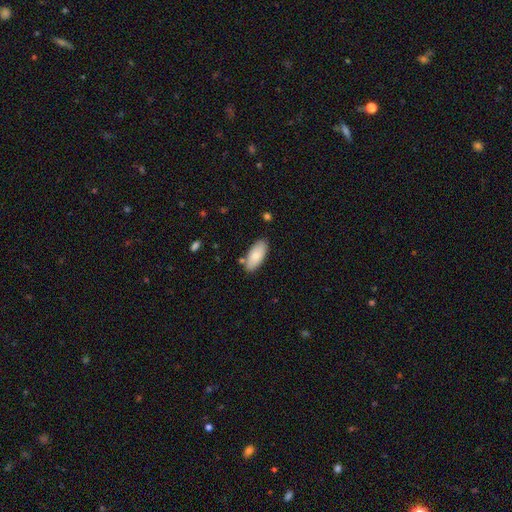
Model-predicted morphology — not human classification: Smooth or featured? smooth (83%)
How rounded? in between (89%)
Merging? none (82%)